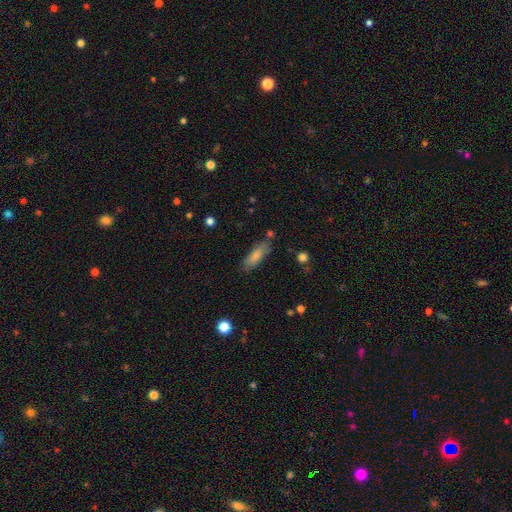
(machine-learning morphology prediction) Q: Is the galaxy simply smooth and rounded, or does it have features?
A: smooth — 79%.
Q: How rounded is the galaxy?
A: in between — 52%.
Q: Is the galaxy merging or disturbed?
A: none — 77%.